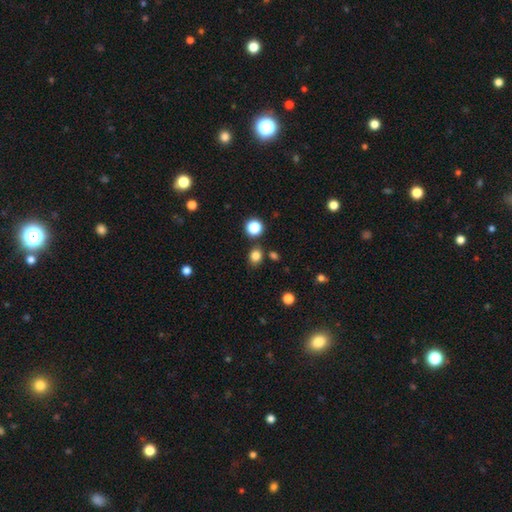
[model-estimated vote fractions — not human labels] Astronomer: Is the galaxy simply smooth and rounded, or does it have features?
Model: smooth — 81%.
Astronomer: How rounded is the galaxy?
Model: round — 64%.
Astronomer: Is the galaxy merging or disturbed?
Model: none — 79%.